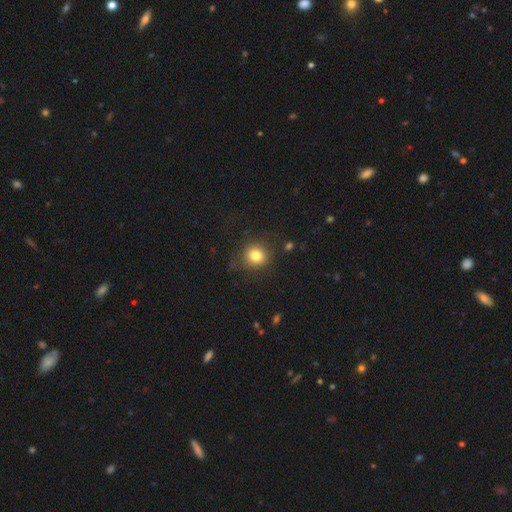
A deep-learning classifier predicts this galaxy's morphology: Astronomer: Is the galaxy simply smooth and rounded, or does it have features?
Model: smooth — 81%.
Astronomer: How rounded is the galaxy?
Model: round — 87%.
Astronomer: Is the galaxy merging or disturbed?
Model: none — 81%.